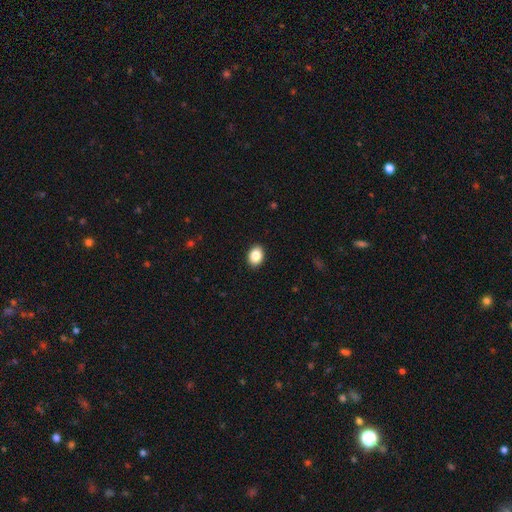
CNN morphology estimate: Smooth or featured: smooth — 88% (star or artifact — 8%)
How rounded: in between — 74% (round — 25%)
Merging: none — 91% (minor disturbance — 7%)